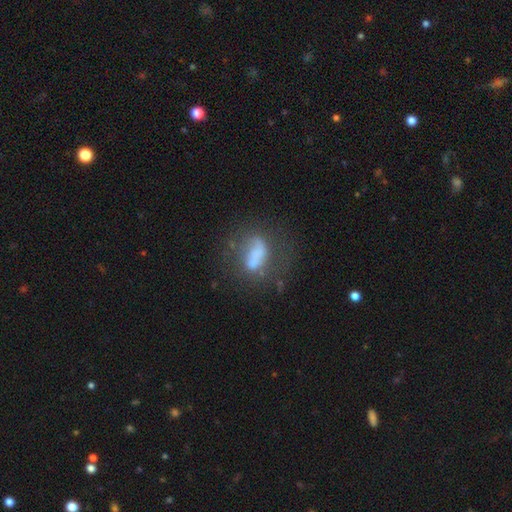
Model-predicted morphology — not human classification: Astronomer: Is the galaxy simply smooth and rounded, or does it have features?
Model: smooth — 46% (runner-up: featured or disk, 42%).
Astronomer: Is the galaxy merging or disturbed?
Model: none — 34% (runner-up: major disturbance, 28%).